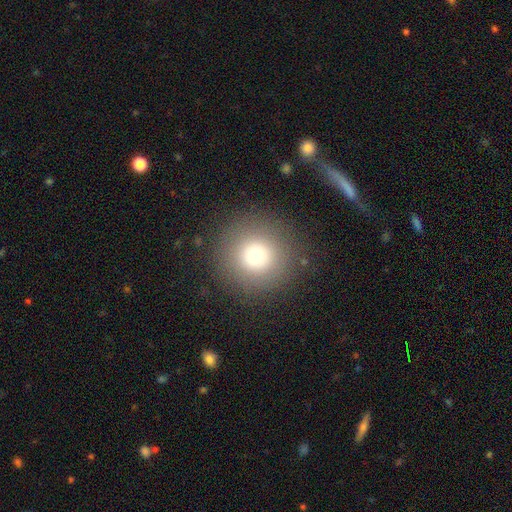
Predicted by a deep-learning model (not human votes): Q: Smooth or featured?
A: smooth (71%); runner-up: star or artifact (17%)
Q: How rounded?
A: round (96%); runner-up: in between (3%)
Q: Merging?
A: none (89%); runner-up: minor disturbance (6%)